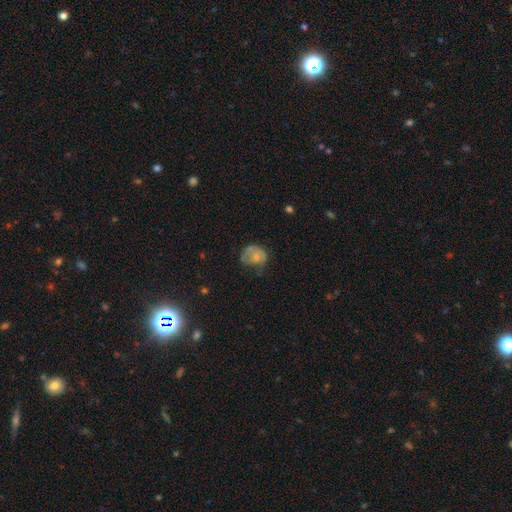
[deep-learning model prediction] This appears to be a smooth galaxy with no disk features (52%) that is round (56%). Merging: none (33%).